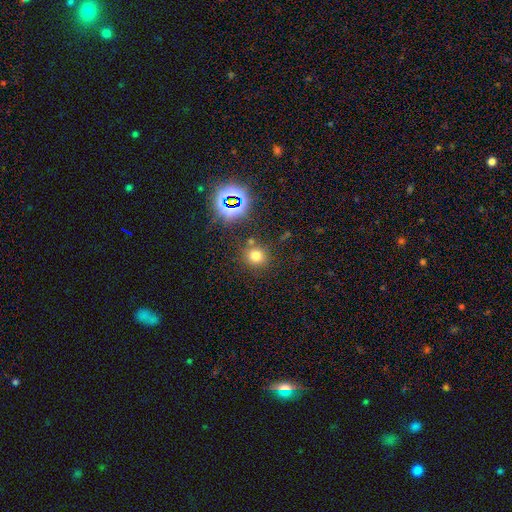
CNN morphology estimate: A smooth galaxy with no disk features (69%) that is round (88%). Merging: none (78%).